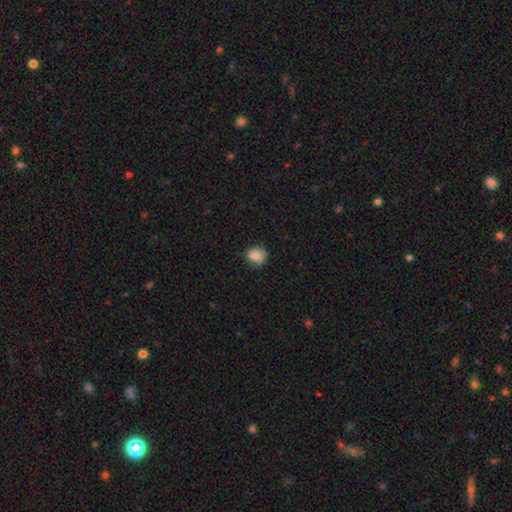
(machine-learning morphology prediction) Overall: smooth (81%). How rounded: round (82%). Merging: none (76%).